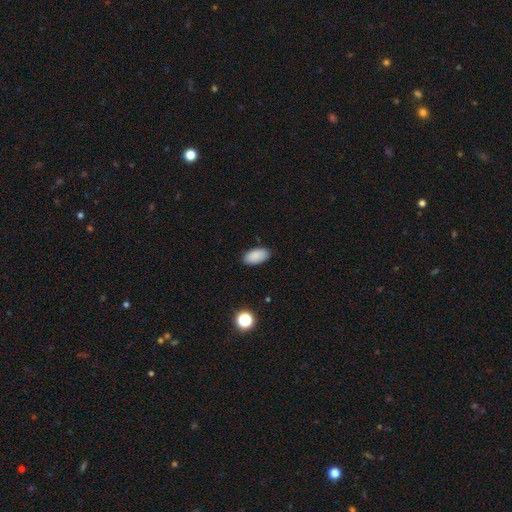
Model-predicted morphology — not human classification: The model was most divided on "merging": none: 87%, minor disturbance: 10%, major disturbance: 2%, merger: 1%. More confident: how rounded — in between (95%); smooth or featured — smooth (88%).